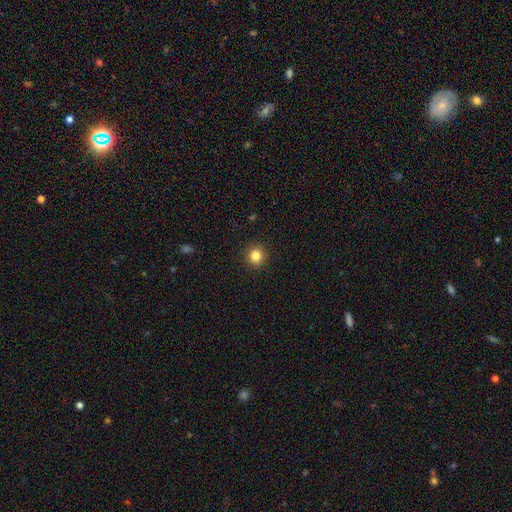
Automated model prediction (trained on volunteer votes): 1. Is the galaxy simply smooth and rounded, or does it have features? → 83% smooth, 11% star or artifact, 5% featured or disk.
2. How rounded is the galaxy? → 93% round, 6% in between, 1% cigar-shaped.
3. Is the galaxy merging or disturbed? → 93% none, 5% minor disturbance, 2% major disturbance, 1% merger.